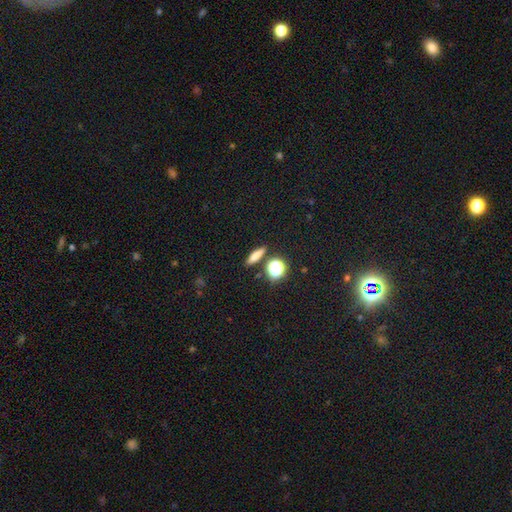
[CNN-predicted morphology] A smooth galaxy with no disk features (71%) that is cigar-shaped (59%).

Vote fractions:
- Smooth or featured? smooth: 71% / star or artifact: 15% / featured or disk: 14%
- How rounded? cigar-shaped: 59% / in between: 27% / round: 14%
- Merging? none: 83% / minor disturbance: 8% / merger: 6% / major disturbance: 3%